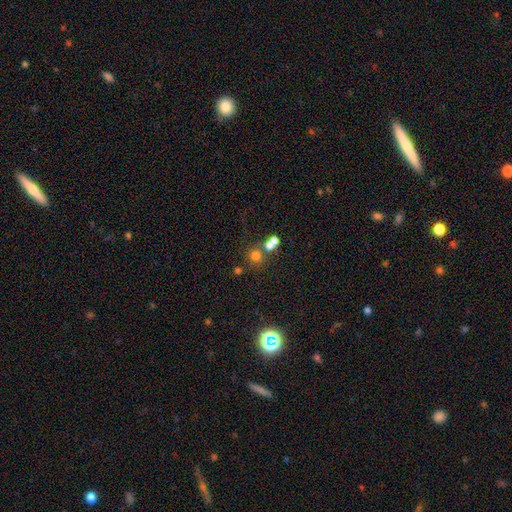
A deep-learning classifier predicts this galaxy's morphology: A smooth galaxy with no disk features (69%) that is round (88%).

Vote fractions:
- Smooth or featured? smooth: 69% / star or artifact: 20% / featured or disk: 11%
- How rounded? round: 88% / in between: 11% / cigar-shaped: 1%
- Merging? none: 60% / merger: 27% / minor disturbance: 8% / major disturbance: 5%